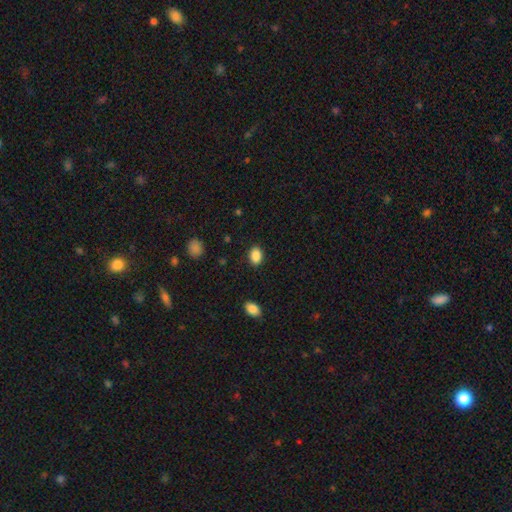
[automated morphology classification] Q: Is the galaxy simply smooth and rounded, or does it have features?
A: smooth — 88%.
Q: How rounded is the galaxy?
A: in between — 73%.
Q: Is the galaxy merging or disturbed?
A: none — 88%.